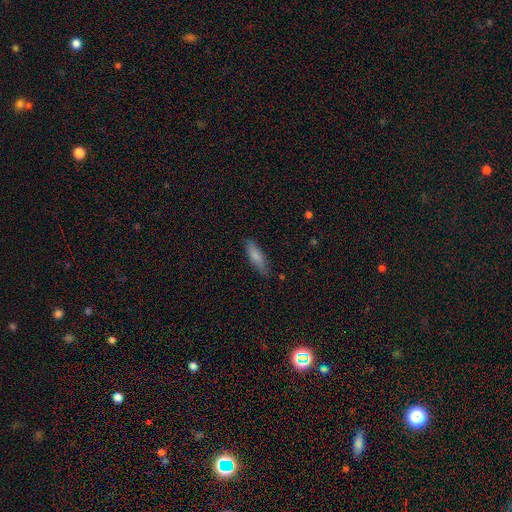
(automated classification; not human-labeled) Smooth or featured? Predicted: smooth (p=0.82). How rounded? Predicted: cigar-shaped (p=0.55). Merging? Predicted: none (p=0.82).